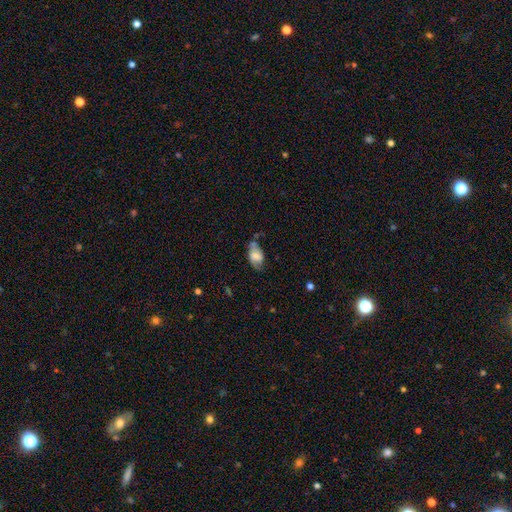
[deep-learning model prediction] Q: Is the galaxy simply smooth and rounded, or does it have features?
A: smooth — 65%.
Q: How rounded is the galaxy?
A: in between — 91%.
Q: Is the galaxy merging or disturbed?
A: none — 47%.